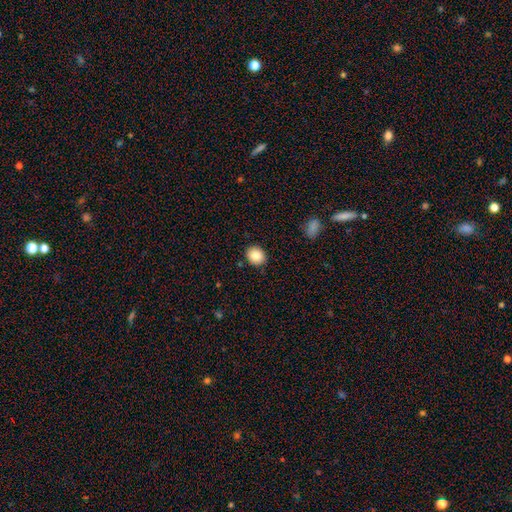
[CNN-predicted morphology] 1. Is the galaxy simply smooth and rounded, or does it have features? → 86% smooth, 8% star or artifact, 5% featured or disk.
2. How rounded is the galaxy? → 63% round, 36% in between, 1% cigar-shaped.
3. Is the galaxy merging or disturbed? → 87% none, 9% minor disturbance, 2% major disturbance, 2% merger.